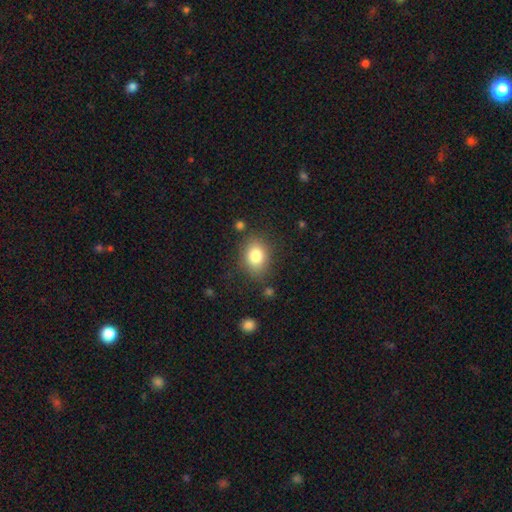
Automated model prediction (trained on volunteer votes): smooth 82%, star or artifact 9%, featured or disk 9%. Down the decision tree: how rounded — in between (60%); merging — none (80%).